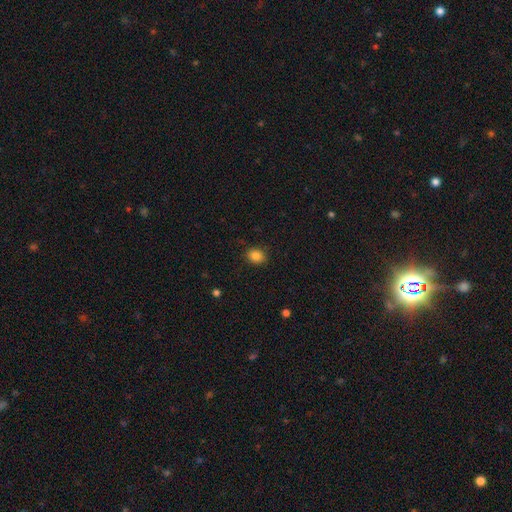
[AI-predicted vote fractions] A smooth galaxy with no disk features (84%) that is round (55%). Merging: none (88%).